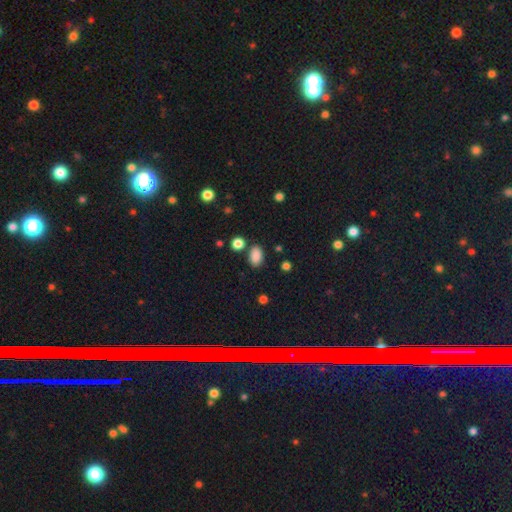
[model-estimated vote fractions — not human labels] A smooth galaxy with no disk features (86%) that is in between round and cigar-shaped (87%).

Vote fractions:
- Smooth or featured? smooth: 86% / star or artifact: 10% / featured or disk: 4%
- How rounded? in between: 87% / round: 11% / cigar-shaped: 1%
- Merging? none: 77% / minor disturbance: 12% / merger: 7% / major disturbance: 3%